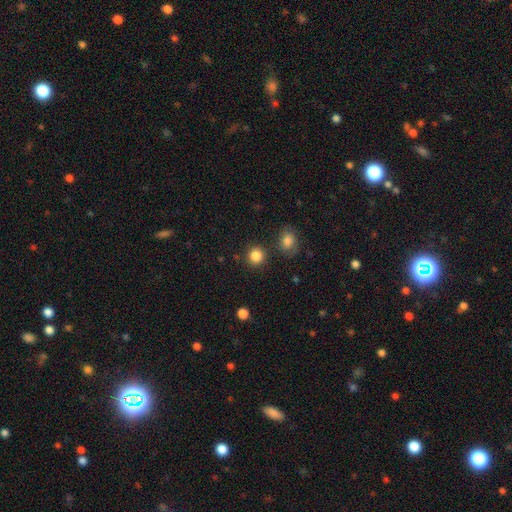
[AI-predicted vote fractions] Overall: smooth (85%). How rounded: round (90%). Merging: none (86%).